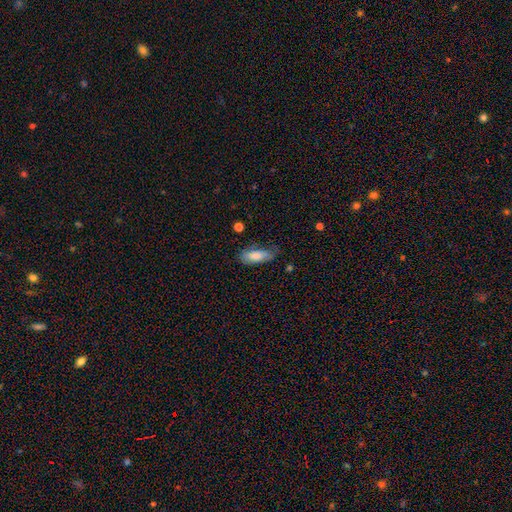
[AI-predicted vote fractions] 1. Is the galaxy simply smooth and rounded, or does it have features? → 79% smooth, 15% featured or disk, 6% star or artifact.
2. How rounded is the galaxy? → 72% in between, 26% cigar-shaped, 2% round.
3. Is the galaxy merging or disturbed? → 62% none, 29% minor disturbance, 8% major disturbance, 2% merger.